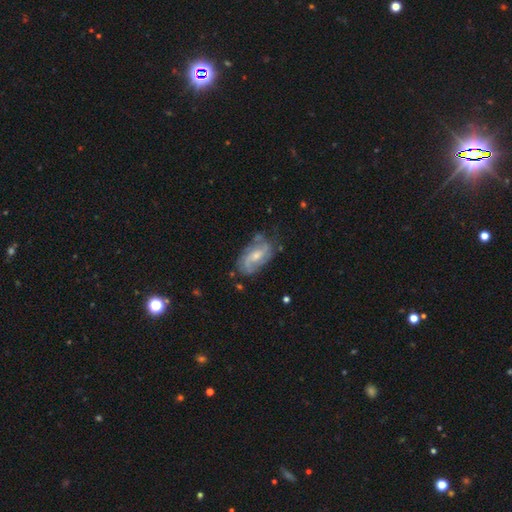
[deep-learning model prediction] Morphology: type=featured or disk (75%); edge-on=no (95%); bar=no (45%, tied with weak); spiral arms=yes (89%); winding=medium (43%); arm count=2 (60%); bulge=moderate (50%); merging=none (64%).